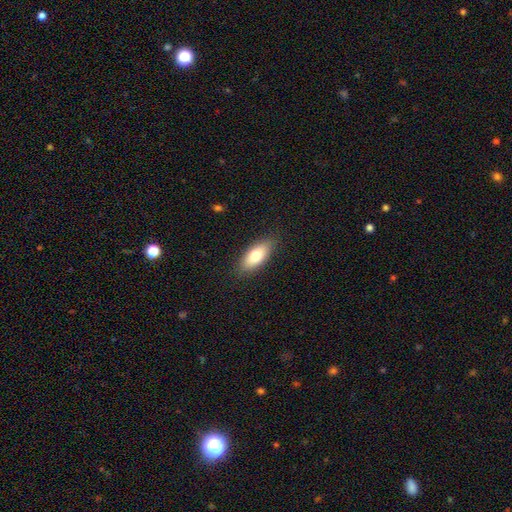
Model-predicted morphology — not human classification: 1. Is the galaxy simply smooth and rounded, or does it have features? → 77% smooth, 17% featured or disk, 7% star or artifact.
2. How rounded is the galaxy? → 83% in between, 14% cigar-shaped, 3% round.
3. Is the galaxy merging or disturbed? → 86% none, 10% minor disturbance, 2% major disturbance, 1% merger.